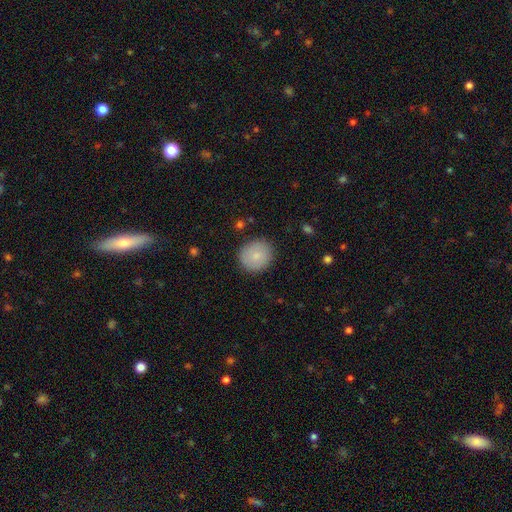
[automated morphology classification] smooth 79%, featured or disk 14%, star or artifact 7%. Down the decision tree: how rounded — round (86%); merging — none (87%).